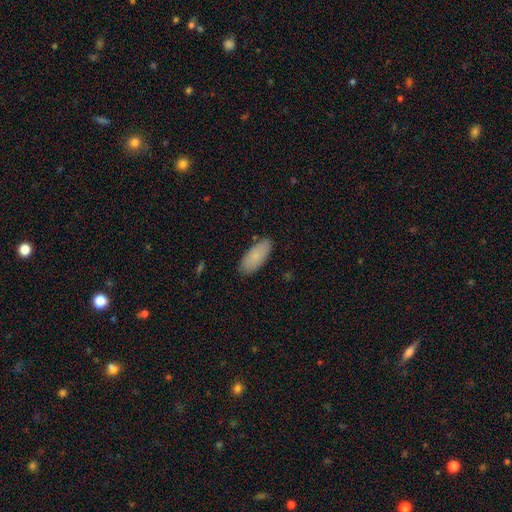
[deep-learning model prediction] smooth_or_featured: smooth (p=0.84) [alt: featured or disk p=0.10]
how_rounded: in between (p=0.86) [alt: cigar-shaped p=0.12]
merging: none (p=0.86) [alt: minor disturbance p=0.11]